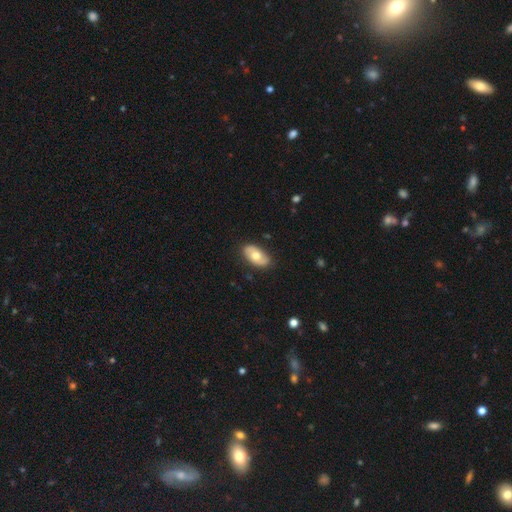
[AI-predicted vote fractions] Morphology: type=smooth (60%); roundness=in between (93%); merging=none (83%).